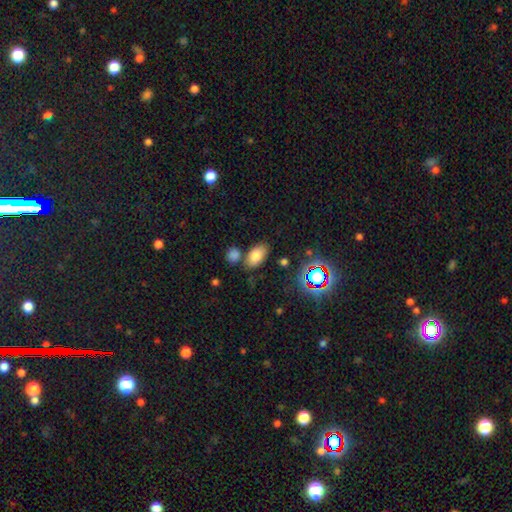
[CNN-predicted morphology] smooth-or-featured: smooth: 79% | star or artifact: 12% | featured or disk: 9%
  how-rounded: in between: 91% | round: 6% | cigar-shaped: 3%
  merging: none: 72% | minor disturbance: 13% | merger: 11% | major disturbance: 4%